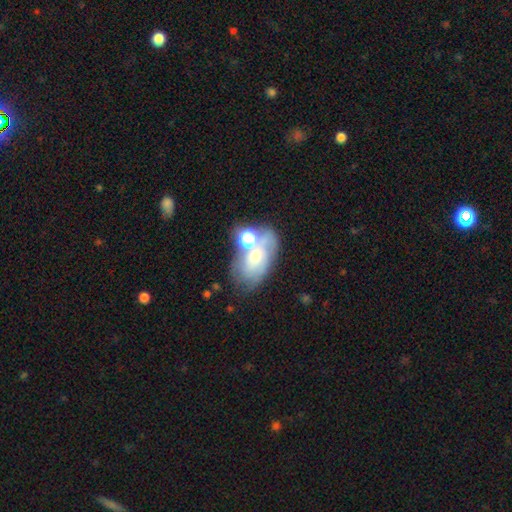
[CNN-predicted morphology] type=smooth (45%); merging=none (36%).